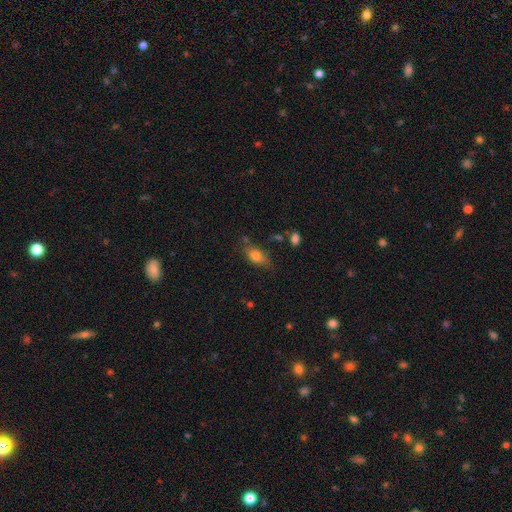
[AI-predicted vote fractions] Morphology: type=smooth (77%); roundness=in between (82%); merging=none (65%).